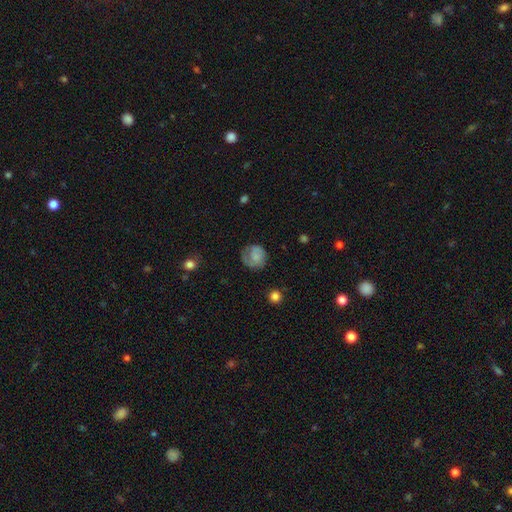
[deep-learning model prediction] smooth 58%, featured or disk 33%, star or artifact 8%. Down the decision tree: how rounded — round (82%); merging — none (61%).